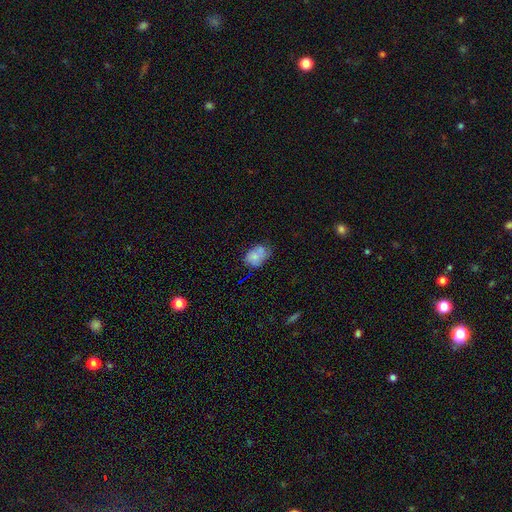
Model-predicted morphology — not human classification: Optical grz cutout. It shows a smooth galaxy with no disk features (68%) that is in between round and cigar-shaped (77%). Merging: none (45%).